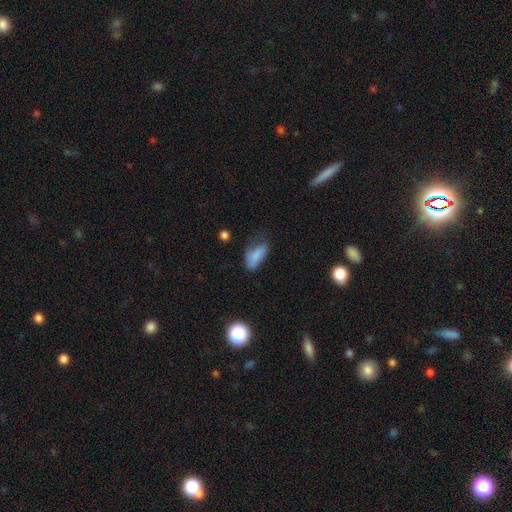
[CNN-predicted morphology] smooth-or-featured: smooth: 81% | featured or disk: 10% | star or artifact: 9%
  how-rounded: in between: 88% | cigar-shaped: 8% | round: 4%
  merging: none: 39% | minor disturbance: 37% | major disturbance: 22% | merger: 3%